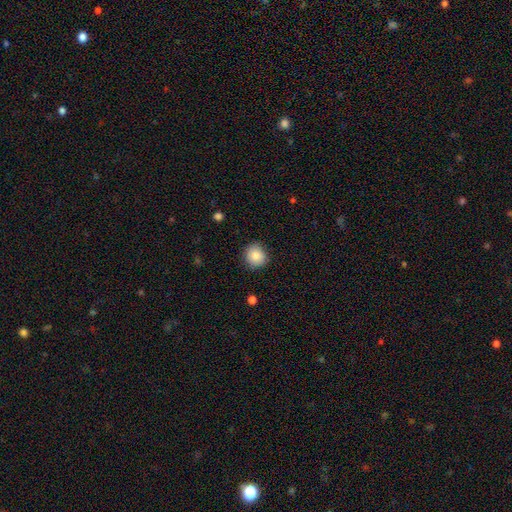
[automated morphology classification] A smooth galaxy with no disk features (87%) that is round (88%).

Vote fractions:
- Smooth or featured? smooth: 87% / star or artifact: 8% / featured or disk: 5%
- How rounded? round: 88% / in between: 11% / cigar-shaped: 1%
- Merging? none: 84% / minor disturbance: 12% / major disturbance: 3% / merger: 1%